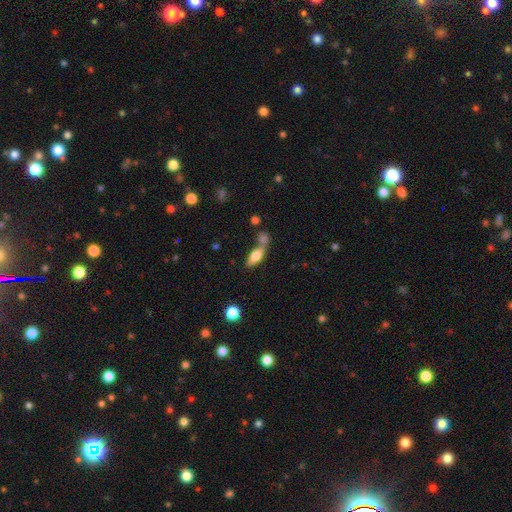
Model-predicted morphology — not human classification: type=smooth (67%); roundness=in between (68%); merging=none (41%).